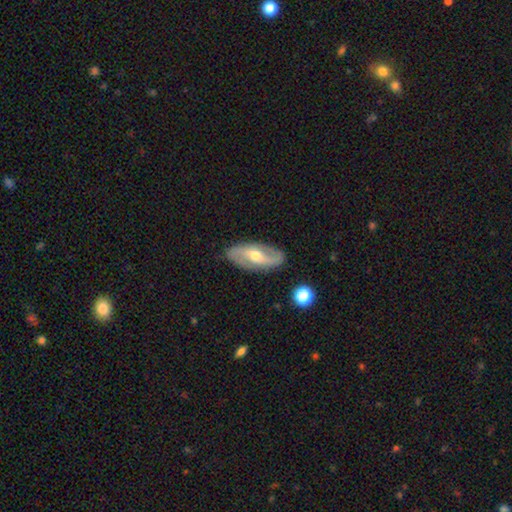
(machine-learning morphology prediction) Smooth or featured? Predicted: featured or disk (p=0.76). Edge-on disk? Predicted: no (p=0.92). Bar? Predicted: weak (p=0.42). Spiral arms? Predicted: yes (p=0.89). Spiral winding? Predicted: loose (p=0.47). Spiral arm count? Predicted: 2 (p=0.88). Bulge size? Predicted: moderate (p=0.61). Merging? Predicted: none (p=0.83).